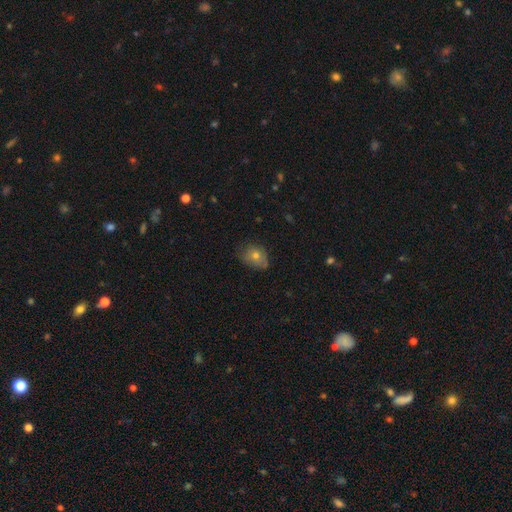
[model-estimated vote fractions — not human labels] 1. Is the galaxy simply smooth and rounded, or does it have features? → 69% smooth, 19% featured or disk, 12% star or artifact.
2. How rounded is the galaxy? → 57% in between, 41% round, 1% cigar-shaped.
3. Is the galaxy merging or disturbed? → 60% none, 30% minor disturbance, 8% major disturbance, 2% merger.